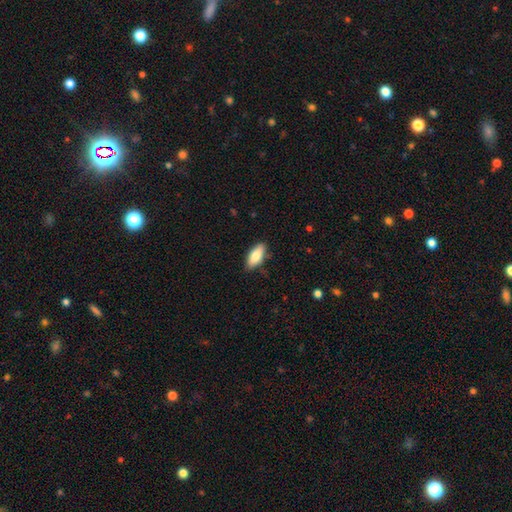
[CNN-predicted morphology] The model was most divided on "smooth or featured": smooth: 81%, featured or disk: 12%, star or artifact: 6%. More confident: how rounded — in between (84%); merging — none (83%).